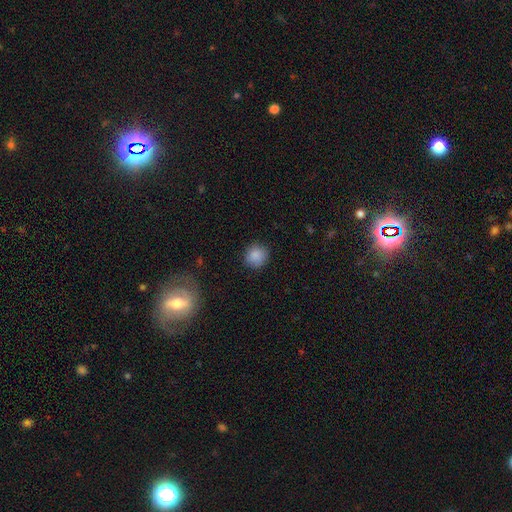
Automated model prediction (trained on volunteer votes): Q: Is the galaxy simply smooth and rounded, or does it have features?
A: smooth — 87%.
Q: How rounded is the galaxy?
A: round — 89%.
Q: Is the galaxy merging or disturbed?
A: none — 87%.